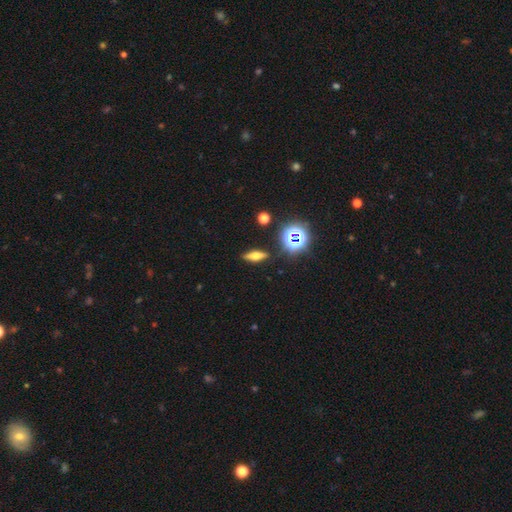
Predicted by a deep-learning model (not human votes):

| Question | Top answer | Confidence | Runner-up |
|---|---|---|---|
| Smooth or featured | smooth | 47% | featured or disk (35%) |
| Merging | none | 88% | minor disturbance (8%) |